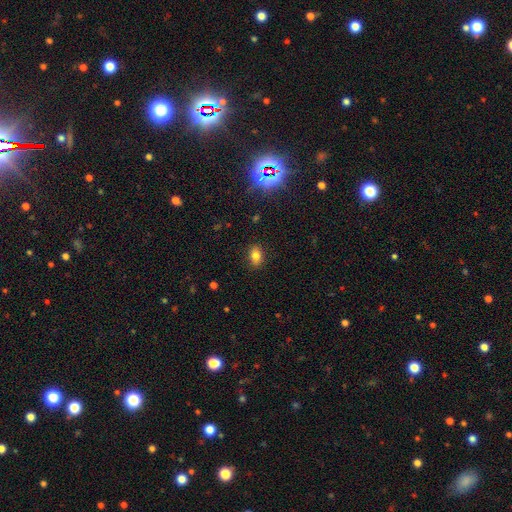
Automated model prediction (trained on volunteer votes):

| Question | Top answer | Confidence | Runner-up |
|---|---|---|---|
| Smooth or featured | smooth | 80% | star or artifact (12%) |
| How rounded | in between | 81% | round (17%) |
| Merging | none | 87% | minor disturbance (9%) |